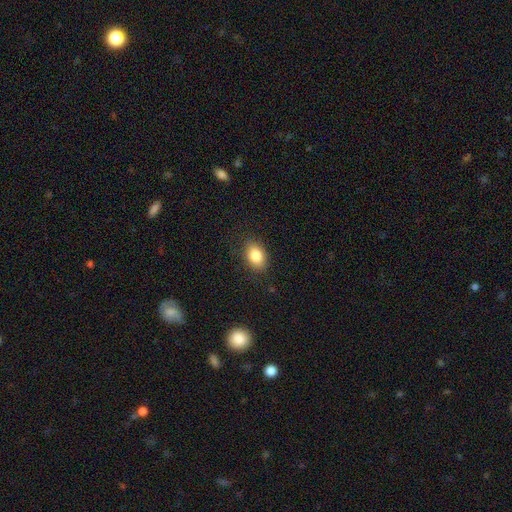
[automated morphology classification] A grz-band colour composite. It shows a smooth galaxy with no disk features (84%) that is in between round and cigar-shaped (81%). Merging: none (85%).